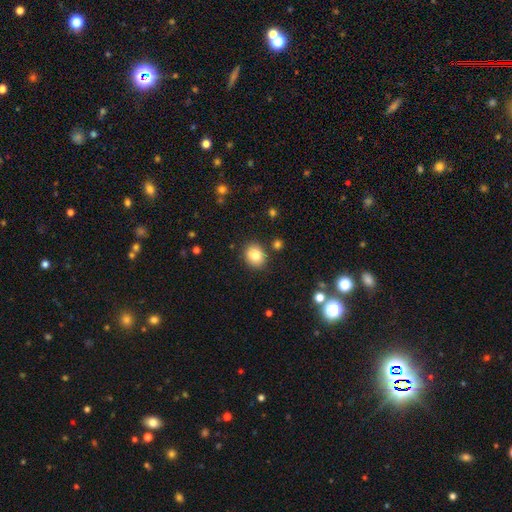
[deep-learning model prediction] Morphology: type=smooth (81%); roundness=round (66%); merging=none (84%).